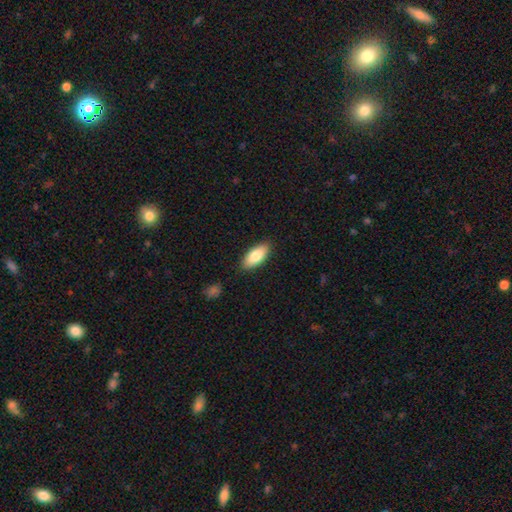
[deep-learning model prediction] A smooth galaxy with no disk features (80%) that is in between round and cigar-shaped (86%). Merging: none (87%).